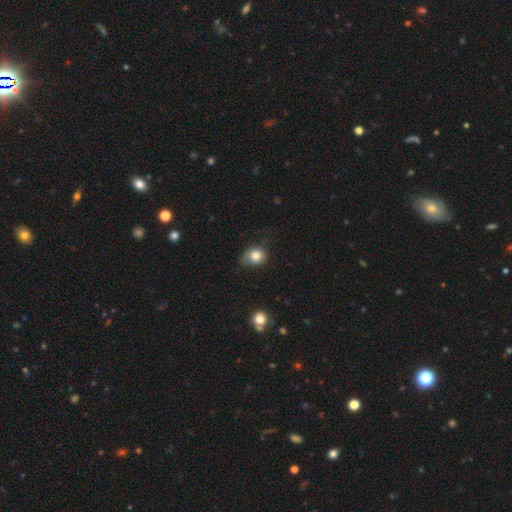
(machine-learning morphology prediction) This is likely a smooth galaxy (80%). How rounded: possibly round (58%). Merging: possibly none (46%).